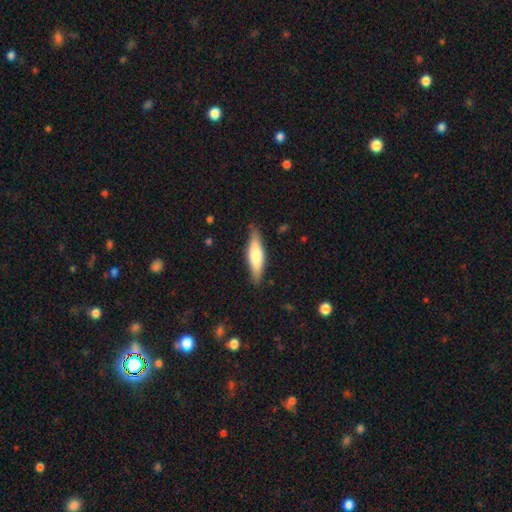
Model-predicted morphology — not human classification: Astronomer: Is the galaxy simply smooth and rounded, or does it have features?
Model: smooth — 60%.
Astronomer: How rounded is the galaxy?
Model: cigar-shaped — 63%.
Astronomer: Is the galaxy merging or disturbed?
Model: none — 83%.